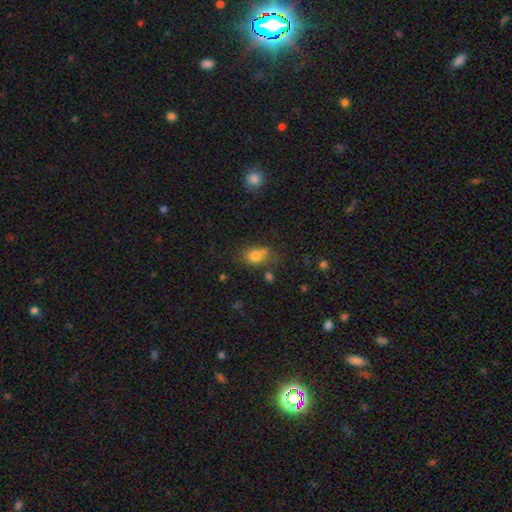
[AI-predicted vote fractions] Smooth or featured? smooth (77%)
How rounded? in between (51%)
Merging? none (50%)